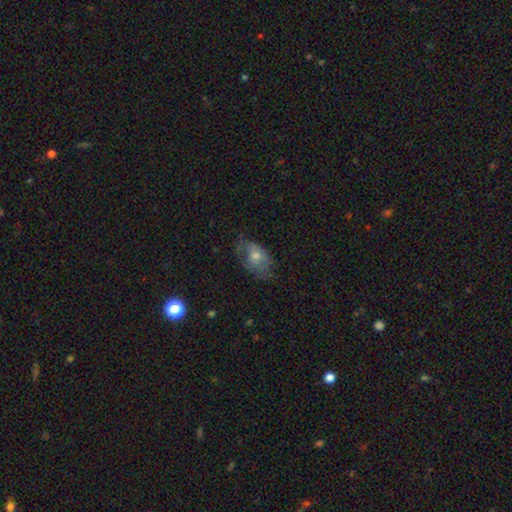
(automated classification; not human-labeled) Smooth or featured? smooth (50%)
Merging? none (55%)